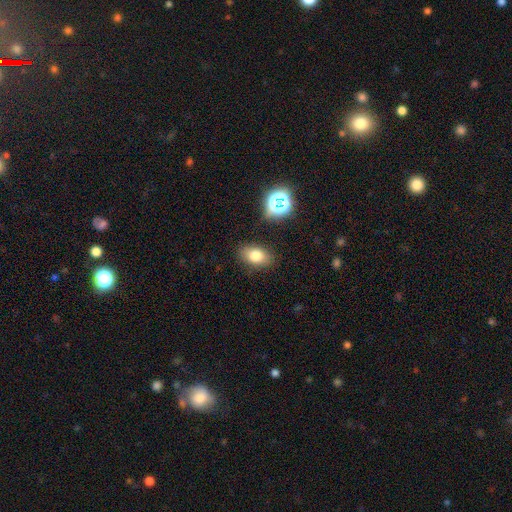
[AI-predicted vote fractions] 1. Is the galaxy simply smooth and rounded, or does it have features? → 76% smooth, 13% star or artifact, 11% featured or disk.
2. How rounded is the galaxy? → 84% in between, 14% round, 2% cigar-shaped.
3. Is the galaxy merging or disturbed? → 85% none, 11% minor disturbance, 3% major disturbance, 2% merger.